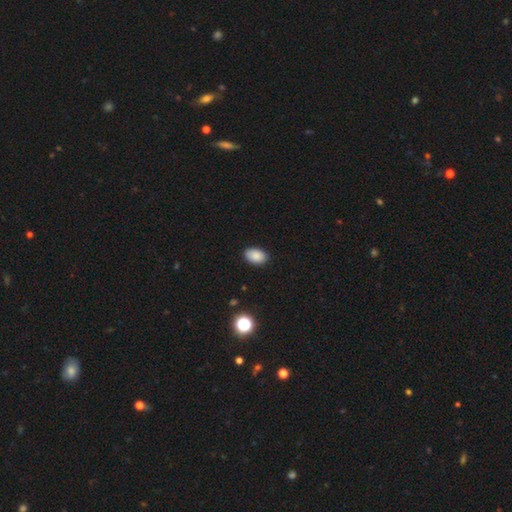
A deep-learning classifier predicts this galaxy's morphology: smooth_or_featured: smooth (p=0.87) [alt: star or artifact p=0.09]
how_rounded: in between (p=0.90) [alt: round p=0.09]
merging: none (p=0.88) [alt: minor disturbance p=0.09]